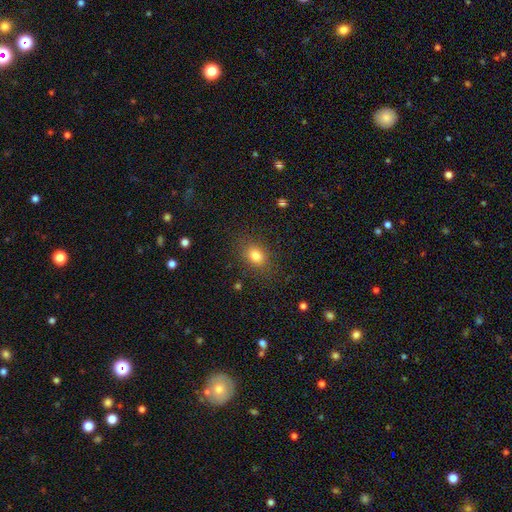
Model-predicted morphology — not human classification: smooth 81%, star or artifact 11%, featured or disk 8%. Down the decision tree: how rounded — in between (64%); merging — none (83%).